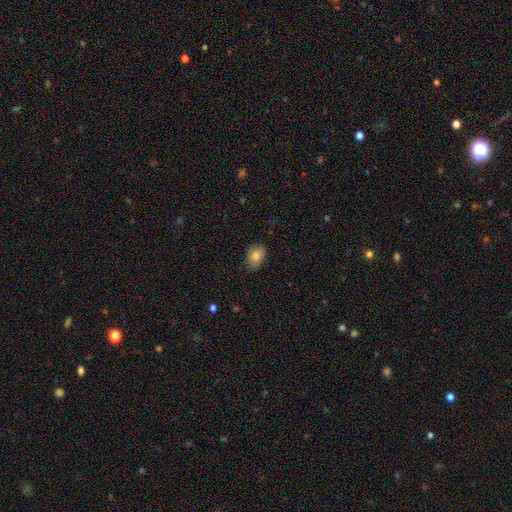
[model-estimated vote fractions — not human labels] Q: Smooth or featured?
A: smooth (81%); runner-up: featured or disk (10%)
Q: How rounded?
A: in between (76%); runner-up: round (23%)
Q: Merging?
A: none (81%); runner-up: minor disturbance (16%)